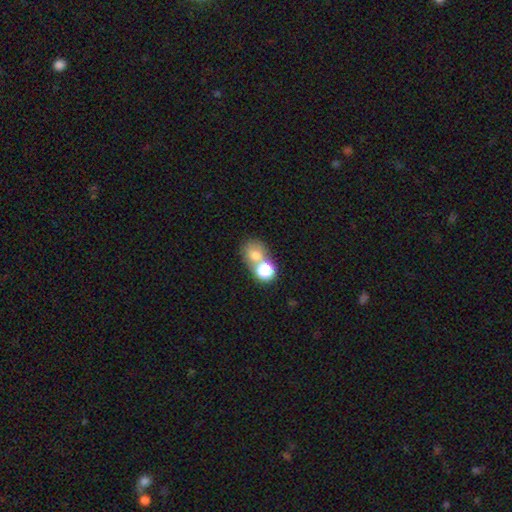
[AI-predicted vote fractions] Smooth or featured: smooth — 67% (star or artifact — 17%)
How rounded: round — 62% (in between — 37%)
Merging: merger — 50% (none — 36%)